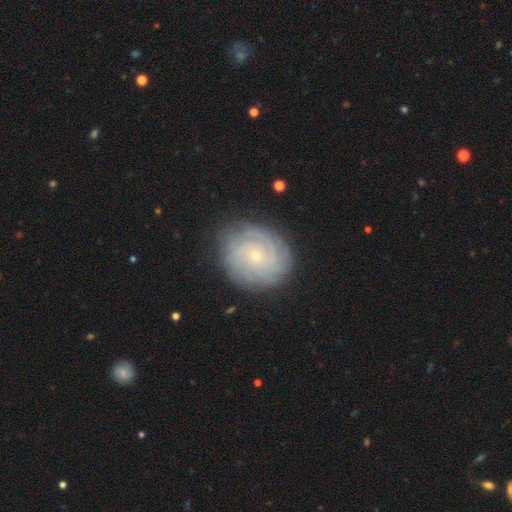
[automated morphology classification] The model was most divided on "spiral arm count": can't tell: 36%, 4: 17%, 3: 15%, 2: 14%, more than 4: 11%, 1: 7%. More confident: edge-on disk — no (97%); spiral arms — yes (95%); merging — none (84%); spiral winding — tight (81%); bulge size — small (81%); bar — no (79%); smooth or featured — featured or disk (76%).